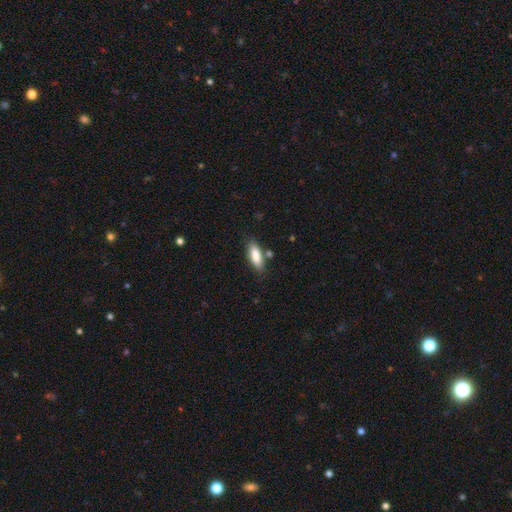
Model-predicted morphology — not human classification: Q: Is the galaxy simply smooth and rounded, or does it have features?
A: smooth — 83%.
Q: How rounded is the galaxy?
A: in between — 68%.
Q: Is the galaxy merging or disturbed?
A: none — 77%.